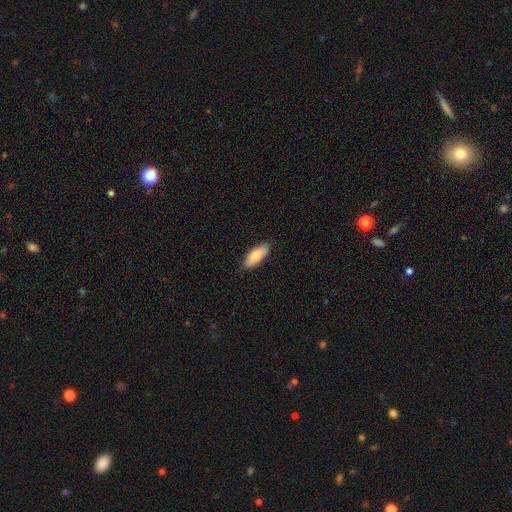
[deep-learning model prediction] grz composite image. It shows a smooth galaxy with no disk features (80%) that is in between round and cigar-shaped (78%). Merging: none (83%).